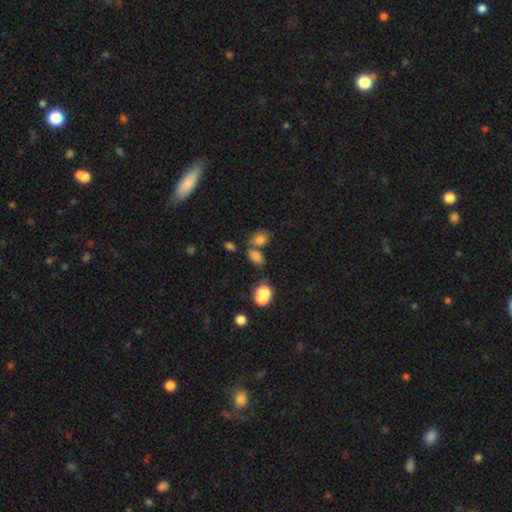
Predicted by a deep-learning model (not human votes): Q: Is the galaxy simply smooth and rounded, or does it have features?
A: smooth — 73%.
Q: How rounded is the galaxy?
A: in between — 74%.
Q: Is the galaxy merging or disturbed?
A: none — 50%.